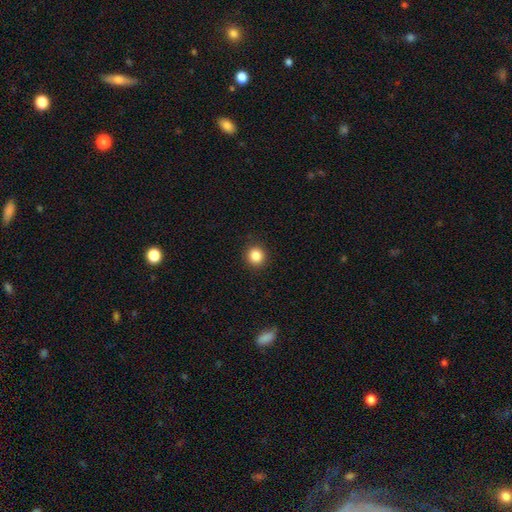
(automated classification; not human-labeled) This appears to be a smooth galaxy with no disk features (85%) that is round (93%). Merging: none (92%).